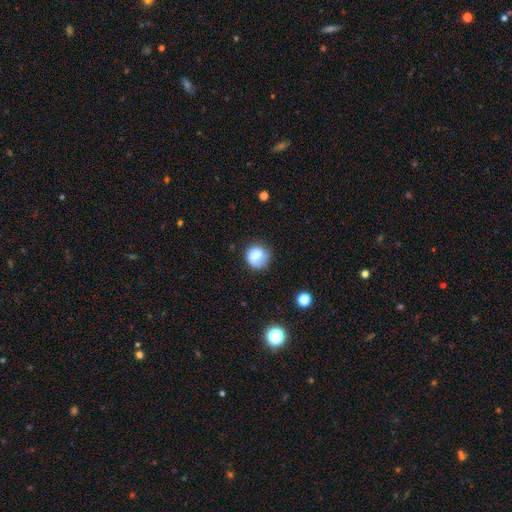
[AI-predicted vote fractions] Smooth or featured? smooth (75%)
How rounded? round (83%)
Merging? none (63%)